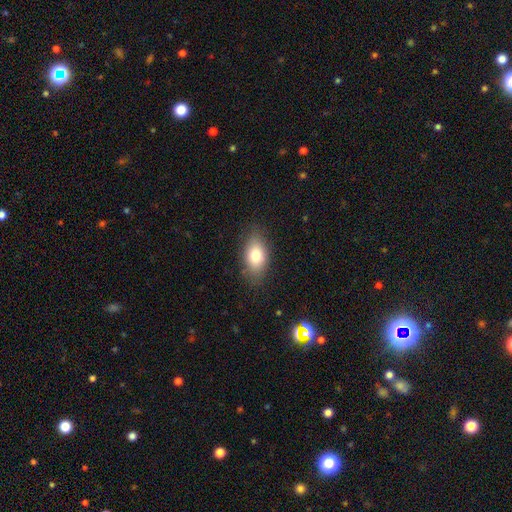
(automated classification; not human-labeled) Smooth or featured?
  - smooth: 79% *
  - featured or disk: 13%
  - star or artifact: 8%
How rounded?
  - in between: 89% *
  - round: 9%
  - cigar-shaped: 3%
Merging?
  - none: 82% *
  - minor disturbance: 13%
  - major disturbance: 4%
  - merger: 1%